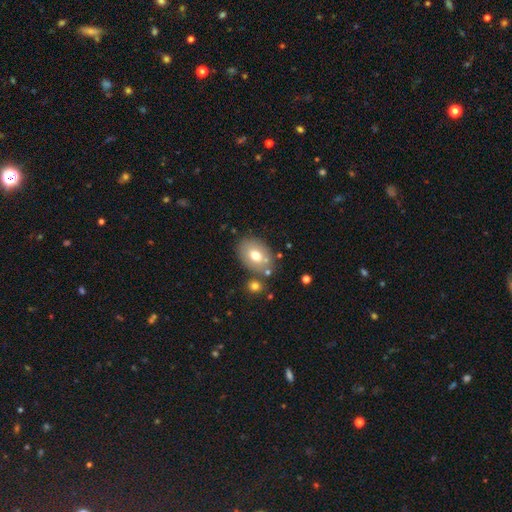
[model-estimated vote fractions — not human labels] Smooth or featured?
  - smooth: 67% *
  - featured or disk: 24%
  - star or artifact: 9%
How rounded?
  - in between: 79% *
  - round: 20%
  - cigar-shaped: 1%
Merging?
  - none: 72% *
  - minor disturbance: 14%
  - merger: 10%
  - major disturbance: 4%